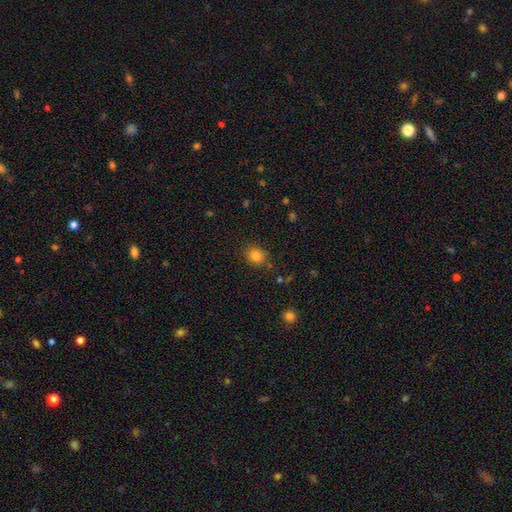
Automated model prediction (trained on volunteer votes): Smooth or featured? smooth (83%)
How rounded? round (65%)
Merging? none (83%)